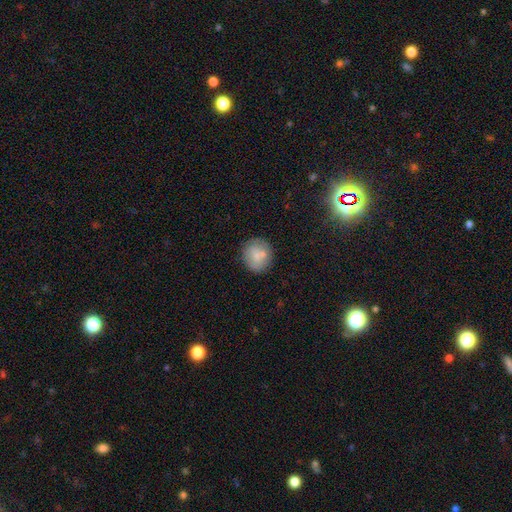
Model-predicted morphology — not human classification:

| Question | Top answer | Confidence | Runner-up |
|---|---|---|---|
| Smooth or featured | smooth | 77% | featured or disk (15%) |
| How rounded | round | 88% | in between (11%) |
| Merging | none | 73% | minor disturbance (13%) |